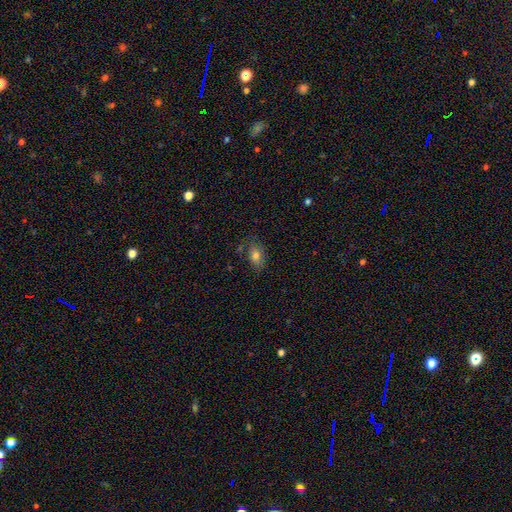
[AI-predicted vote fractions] smooth-or-featured: smooth: 77% | featured or disk: 12% | star or artifact: 10%
  how-rounded: in between: 82% | round: 15% | cigar-shaped: 2%
  merging: none: 74% | minor disturbance: 19% | major disturbance: 5% | merger: 3%